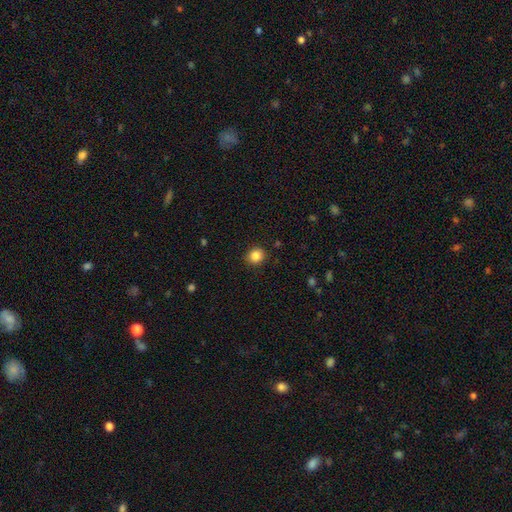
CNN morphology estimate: This is clearly a smooth galaxy (86%). How rounded: clearly round (82%). Merging: clearly none (90%).